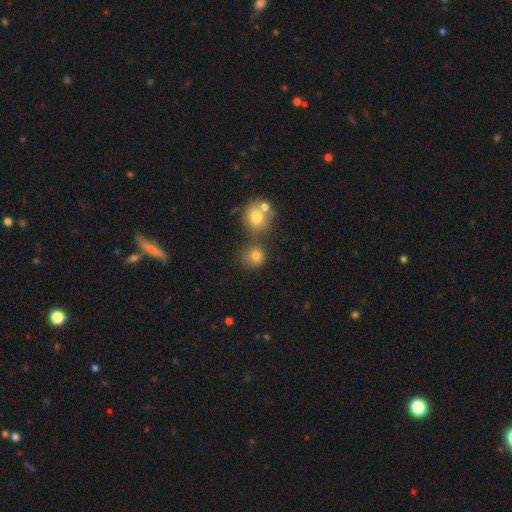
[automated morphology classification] type=smooth (78%); roundness=round (85%); merging=none (55%).